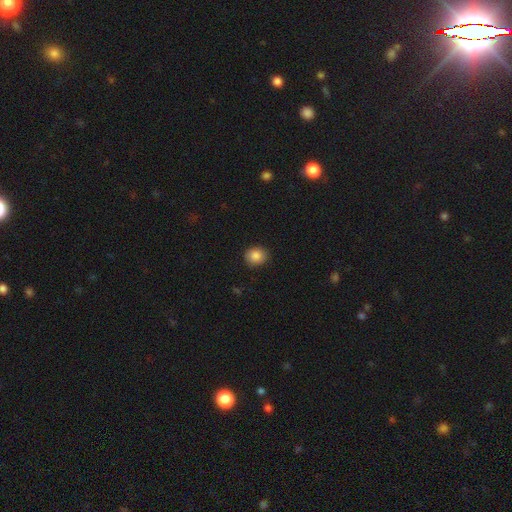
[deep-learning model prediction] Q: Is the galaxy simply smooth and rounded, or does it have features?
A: smooth — 86%.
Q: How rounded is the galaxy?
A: round — 74%.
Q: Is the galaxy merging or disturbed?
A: none — 89%.